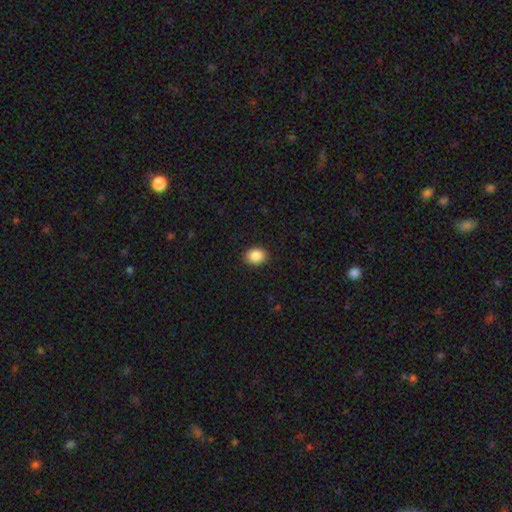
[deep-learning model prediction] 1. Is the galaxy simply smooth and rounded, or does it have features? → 88% smooth, 8% star or artifact, 4% featured or disk.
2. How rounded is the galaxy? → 54% in between, 46% round, 1% cigar-shaped.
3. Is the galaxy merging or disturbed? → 90% none, 7% minor disturbance, 2% major disturbance, 1% merger.